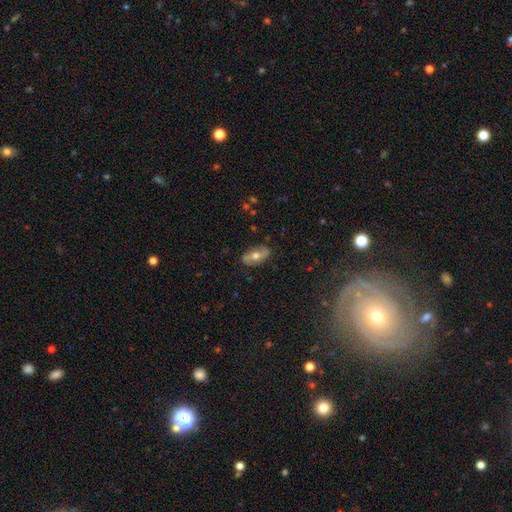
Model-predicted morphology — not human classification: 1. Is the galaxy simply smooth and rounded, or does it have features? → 54% featured or disk, 39% smooth, 7% star or artifact.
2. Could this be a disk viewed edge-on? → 87% no, 13% yes.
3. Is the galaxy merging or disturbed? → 83% none, 13% minor disturbance, 3% major disturbance, 1% merger.